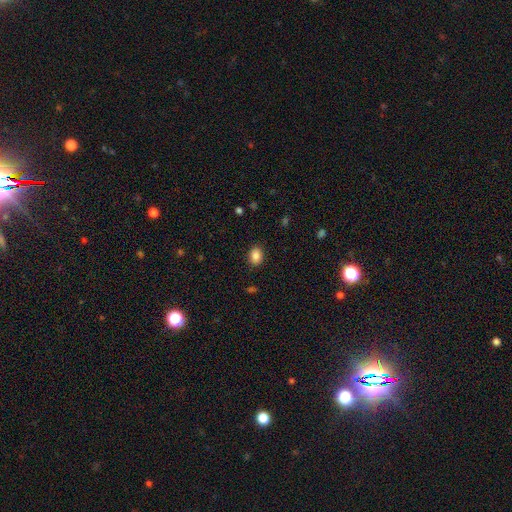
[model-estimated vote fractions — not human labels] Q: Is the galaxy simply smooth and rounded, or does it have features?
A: smooth — 86%.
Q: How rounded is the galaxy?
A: in between — 71%.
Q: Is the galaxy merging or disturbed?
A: none — 88%.